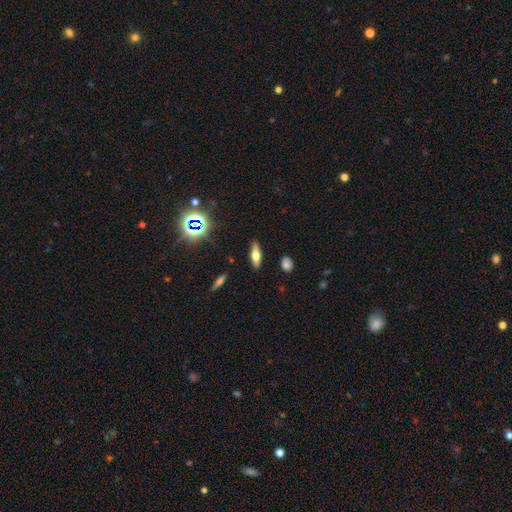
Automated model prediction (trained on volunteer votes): Smooth or featured: featured or disk — 47% (smooth — 41%)
Merging: none — 88% (minor disturbance — 8%)